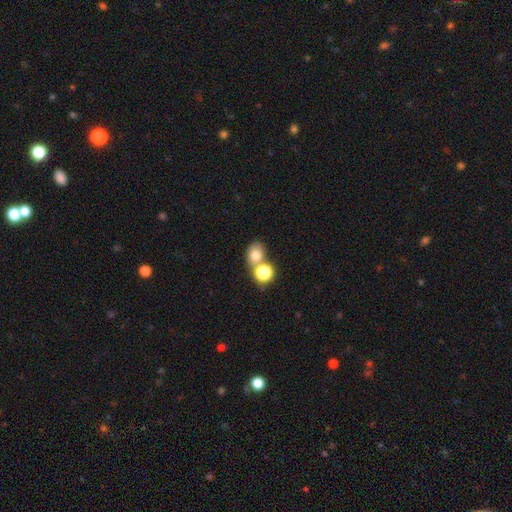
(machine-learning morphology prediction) Overall: smooth (73%). How rounded: round (56%; in between 43%). Merging: none (49%; merger 37%).